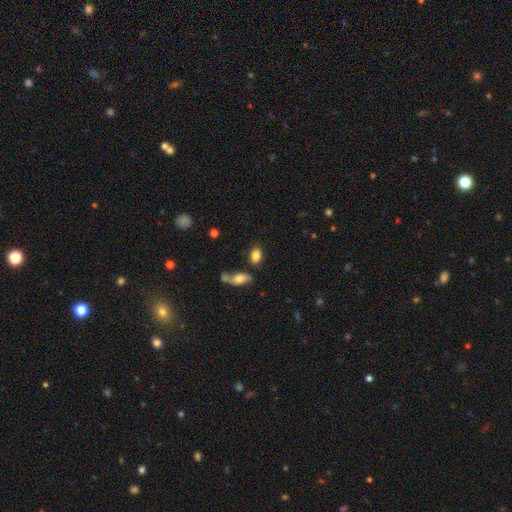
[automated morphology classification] smooth 84%, star or artifact 8%, featured or disk 8%. Down the decision tree: how rounded — in between (87%); merging — none (68%).